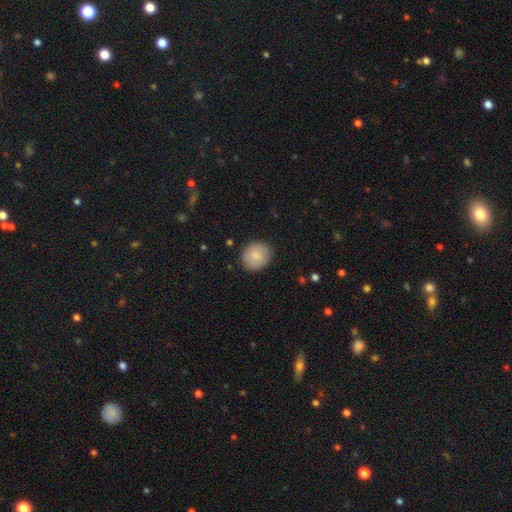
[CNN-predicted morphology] Smooth or featured?
  - smooth: 85% *
  - featured or disk: 9%
  - star or artifact: 7%
How rounded?
  - round: 68% *
  - in between: 31%
  - cigar-shaped: 1%
Merging?
  - none: 87% *
  - minor disturbance: 10%
  - major disturbance: 2%
  - merger: 1%